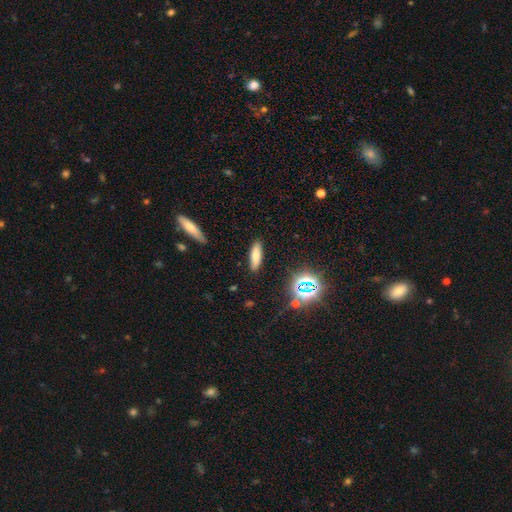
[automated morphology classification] This appears to be a smooth galaxy with no disk features (73%) that is cigar-shaped (56%). Merging: none (87%).